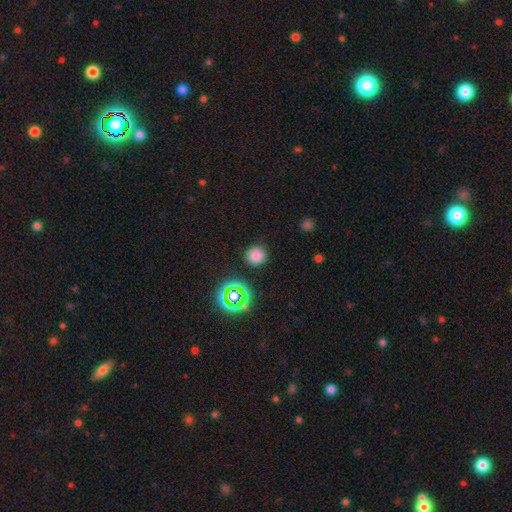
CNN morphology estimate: This appears to be a smooth galaxy with no disk features (77%) that is round (93%). Merging: none (89%).